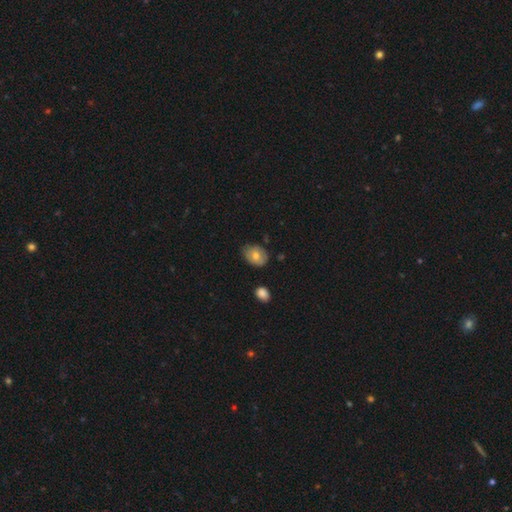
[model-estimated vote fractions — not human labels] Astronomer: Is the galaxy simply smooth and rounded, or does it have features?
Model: smooth — 71%.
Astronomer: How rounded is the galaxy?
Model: in between — 68%.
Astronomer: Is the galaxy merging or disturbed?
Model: none — 70%.